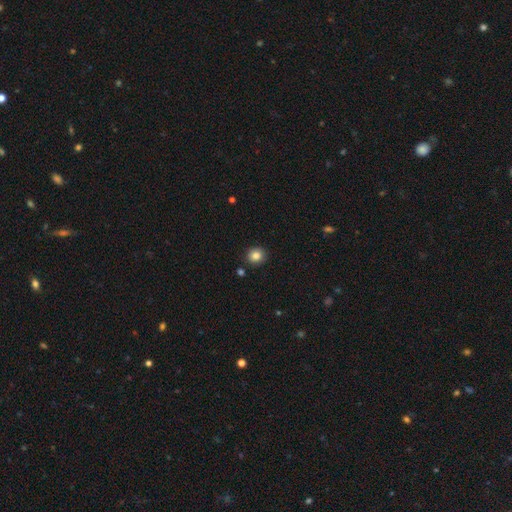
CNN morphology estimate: Smooth or featured? Predicted: smooth (p=0.85). How rounded? Predicted: round (p=0.82). Merging? Predicted: none (p=0.89).